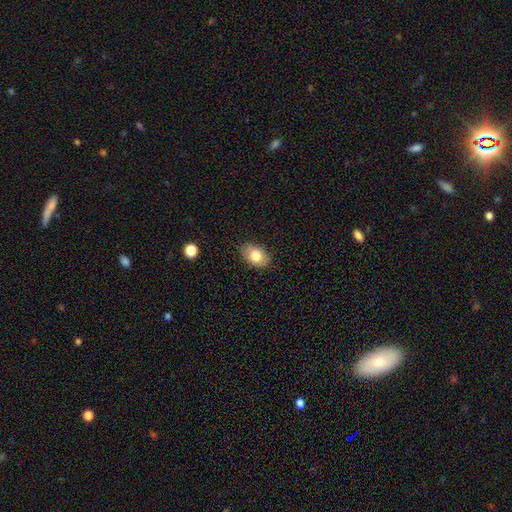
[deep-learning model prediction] Morphology: type=smooth (78%); roundness=in between (87%); merging=none (87%).